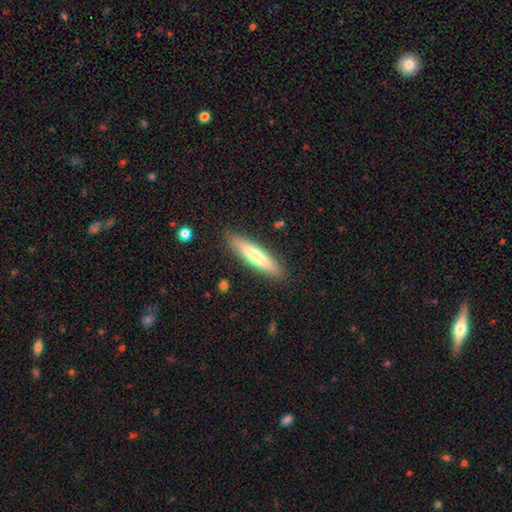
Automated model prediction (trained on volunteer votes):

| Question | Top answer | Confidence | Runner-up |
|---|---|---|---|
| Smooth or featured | smooth | 65% | featured or disk (30%) |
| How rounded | cigar-shaped | 84% | in between (15%) |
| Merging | none | 89% | minor disturbance (8%) |